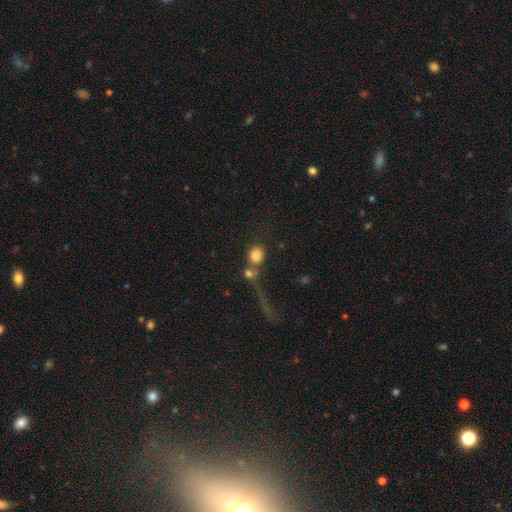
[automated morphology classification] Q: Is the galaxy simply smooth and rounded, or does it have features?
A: smooth — 80%.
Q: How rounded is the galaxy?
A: round — 69%.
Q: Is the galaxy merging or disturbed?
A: none — 46%.